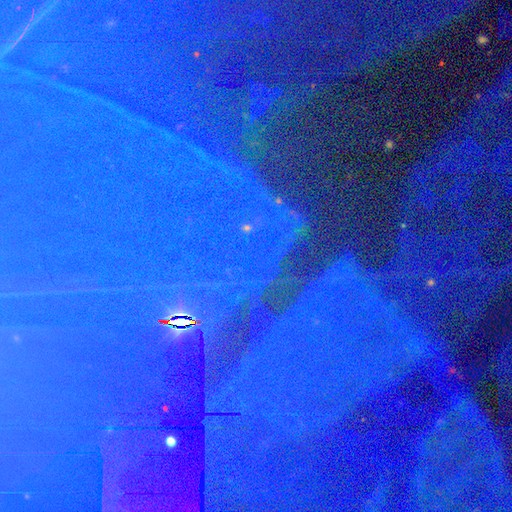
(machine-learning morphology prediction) A star or artifact, not a galaxy (87%).